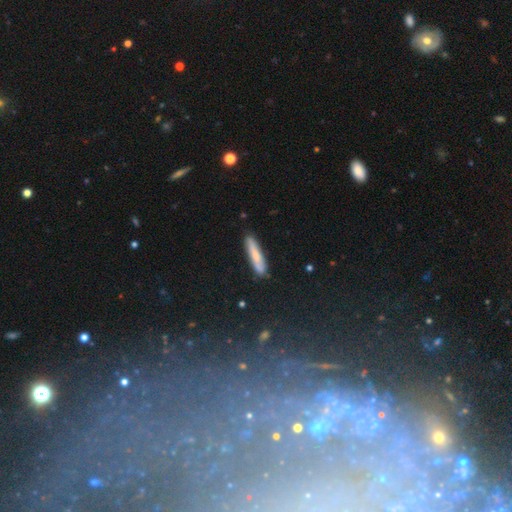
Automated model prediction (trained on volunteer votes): smooth_or_featured: smooth (p=0.67) [alt: featured or disk p=0.26]
how_rounded: cigar-shaped (p=0.87) [alt: in between p=0.12]
merging: none (p=0.84) [alt: minor disturbance p=0.12]